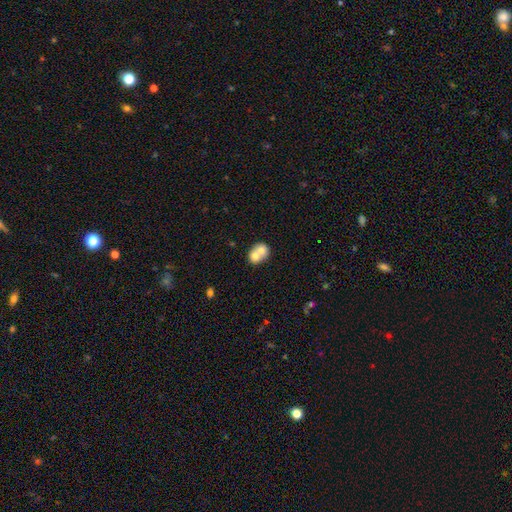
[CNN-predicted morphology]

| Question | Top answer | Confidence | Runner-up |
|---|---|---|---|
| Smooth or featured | smooth | 68% | featured or disk (24%) |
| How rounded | round | 64% | in between (35%) |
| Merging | merger | 71% | none (22%) |